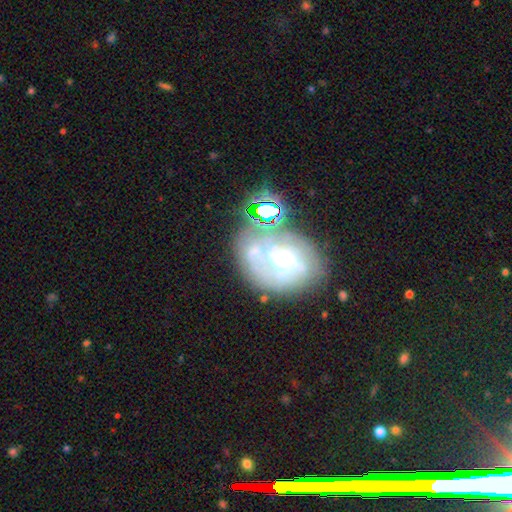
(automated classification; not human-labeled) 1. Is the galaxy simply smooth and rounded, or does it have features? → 68% featured or disk, 19% smooth, 13% star or artifact.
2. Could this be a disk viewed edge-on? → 97% no, 3% yes.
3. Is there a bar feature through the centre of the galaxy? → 72% no, 22% weak, 5% strong.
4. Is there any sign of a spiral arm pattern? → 70% yes, 30% no.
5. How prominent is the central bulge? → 58% small, 34% moderate, 3% none, 3% large, 1% dominant.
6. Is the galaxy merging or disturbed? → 49% none, 20% minor disturbance, 16% merger, 15% major disturbance.